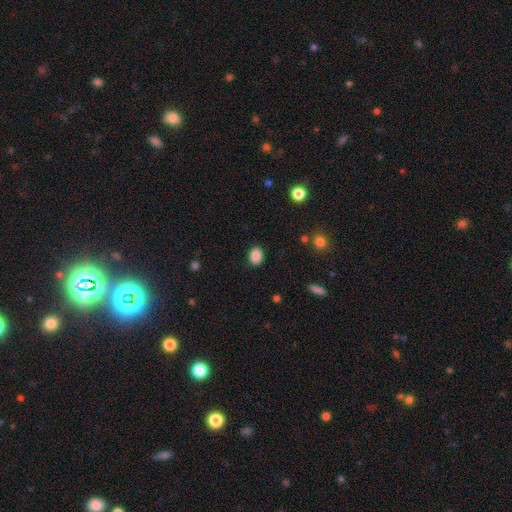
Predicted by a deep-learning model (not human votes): Q: Smooth or featured?
A: smooth (87%); runner-up: star or artifact (9%)
Q: How rounded?
A: in between (51%); runner-up: round (48%)
Q: Merging?
A: none (89%); runner-up: minor disturbance (7%)